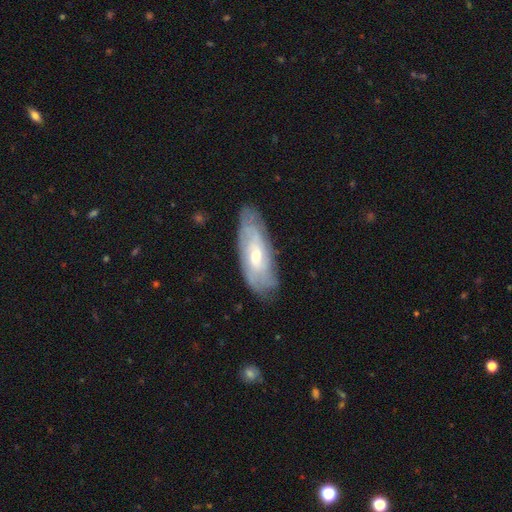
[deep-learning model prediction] Smooth or featured?
  - featured or disk: 66% *
  - smooth: 28%
  - star or artifact: 6%
Edge-on disk?
  - no: 82% *
  - yes: 18%
Bar?
  - no: 56% *
  - weak: 37%
  - strong: 8%
Spiral arms?
  - yes: 82% *
  - no: 18%
Bulge size?
  - moderate: 57% *
  - small: 35%
  - large: 5%
  - none: 2%
  - dominant: 1%
Merging?
  - none: 76% *
  - minor disturbance: 18%
  - major disturbance: 5%
  - merger: 1%